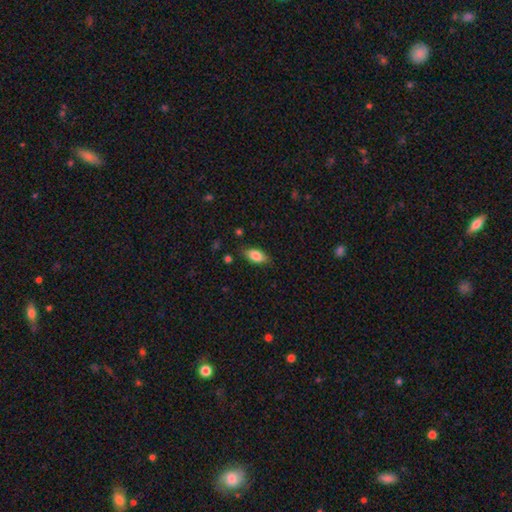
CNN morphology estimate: This appears to be a smooth galaxy with no disk features (82%) that is in between round and cigar-shaped (89%). Merging: none (81%).